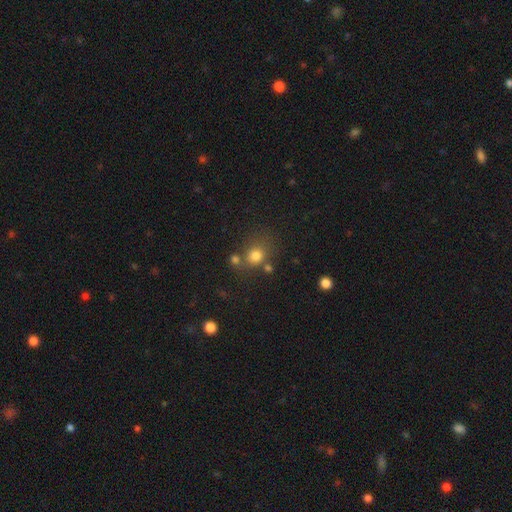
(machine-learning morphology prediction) Q: Smooth or featured?
A: smooth (77%); runner-up: star or artifact (15%)
Q: How rounded?
A: round (76%); runner-up: in between (23%)
Q: Merging?
A: none (58%); runner-up: merger (21%)